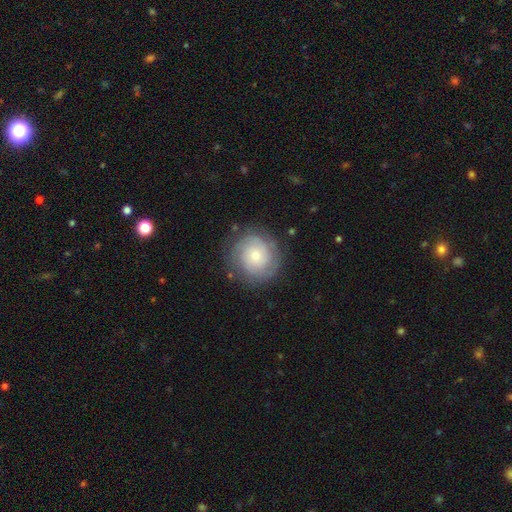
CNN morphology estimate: smooth-or-featured: featured or disk: 53% | smooth: 39% | star or artifact: 8%
  disk-edge-on: no: 98% | yes: 2%
    bar: no: 82% | weak: 16% | strong: 3%
    has-spiral-arms: yes: 84% | no: 16%
    bulge-size: small: 59% | moderate: 33% | large: 5% | none: 2% | dominant: 2%
  merging: none: 80% | minor disturbance: 13% | major disturbance: 6% | merger: 1%